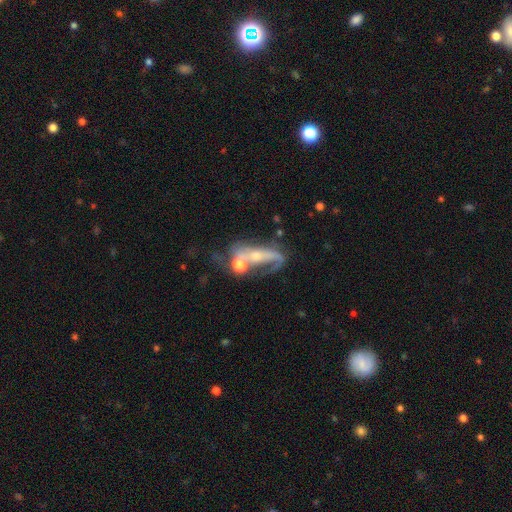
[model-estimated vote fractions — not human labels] Morphology: type=featured or disk (61%); edge-on=no (86%); bar=no (63%); spiral arms=yes (63%); bulge=moderate (43%, tied with small); merging=merger (43%).